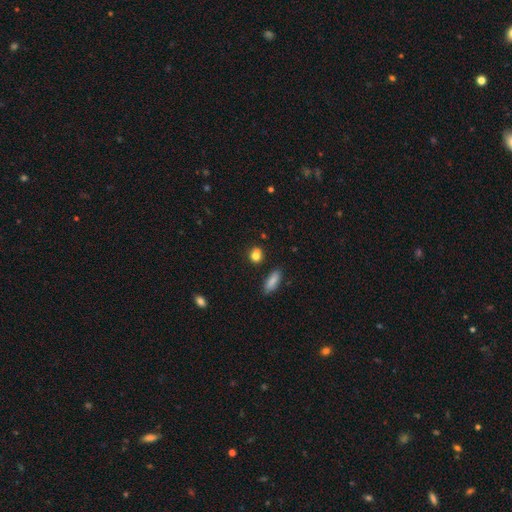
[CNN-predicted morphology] type=smooth (81%); roundness=round (63%); merging=none (73%).